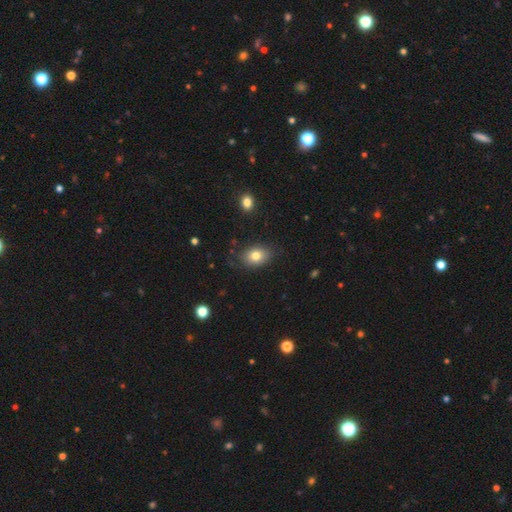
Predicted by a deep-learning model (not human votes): smooth_or_featured: smooth (p=0.79) [alt: featured or disk p=0.12]
how_rounded: in between (p=0.74) [alt: round p=0.25]
merging: none (p=0.80) [alt: minor disturbance p=0.14]